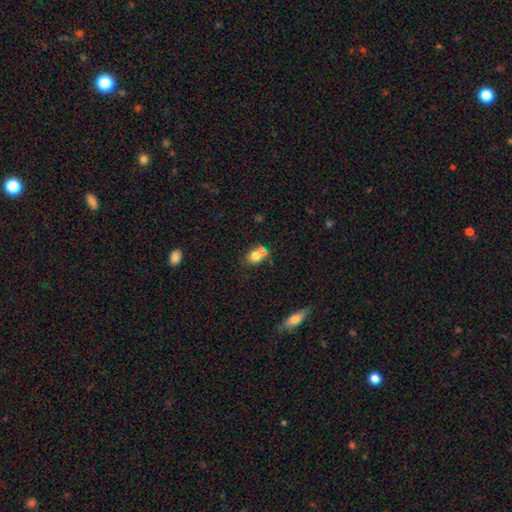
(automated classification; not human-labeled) Smooth or featured: smooth — 74% (featured or disk — 13%)
How rounded: round — 63% (in between — 36%)
Merging: none — 43% (merger — 39%)